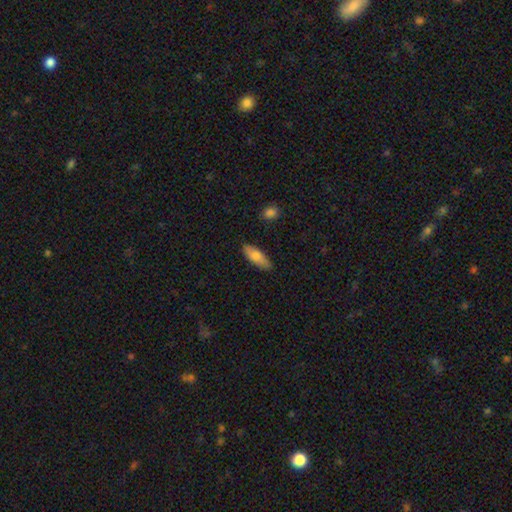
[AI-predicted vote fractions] smooth 77%, featured or disk 17%, star or artifact 6%. Down the decision tree: how rounded — in between (70%); merging — none (84%).